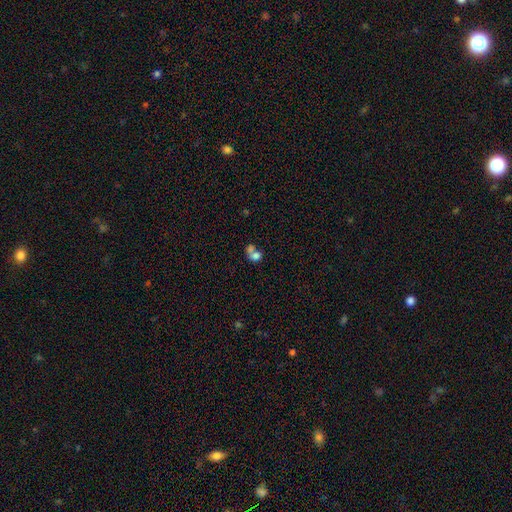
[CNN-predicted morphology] A smooth galaxy with no disk features (70%) that is round (52%). Merging: merger (63%).